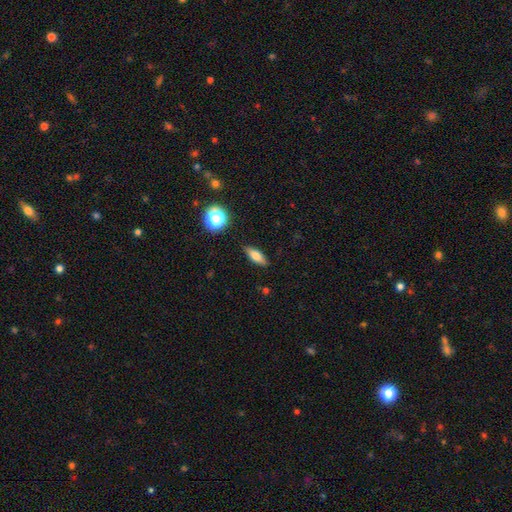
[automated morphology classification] type=smooth (75%); roundness=in between (67%); merging=none (87%).